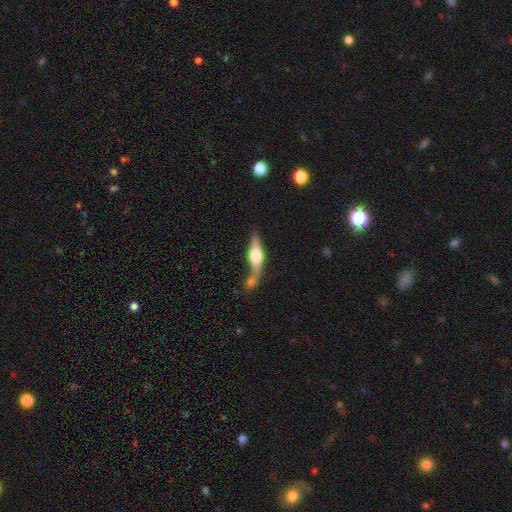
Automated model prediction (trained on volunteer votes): smooth_or_featured: featured or disk (p=0.61) [alt: smooth p=0.32]
disk_edge_on: yes (p=0.91) [alt: no p=0.09]
edge_on_bulge: rounded (p=0.94) [alt: boxy p=0.05]
merging: none (p=0.42) [alt: merger p=0.37]